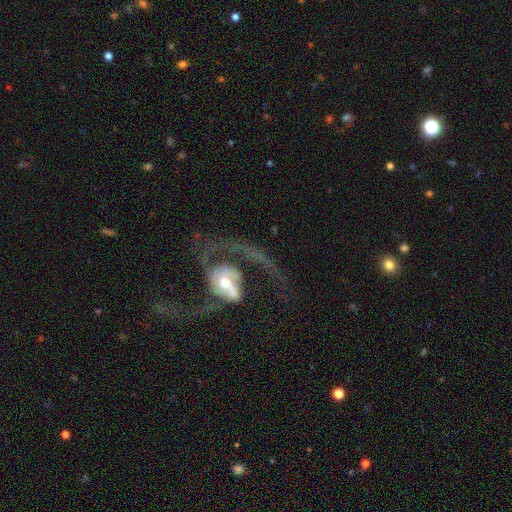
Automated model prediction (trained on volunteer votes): The model was most divided on "merging": none: 34%, major disturbance: 30%, merger: 26%, minor disturbance: 11%. More confident: edge-on disk — no (97%); spiral arms — yes (90%); smooth or featured — featured or disk (84%); spiral arm count — 2 (76%); bulge size — moderate (56%); bar — no (55%); spiral winding — loose (53%).